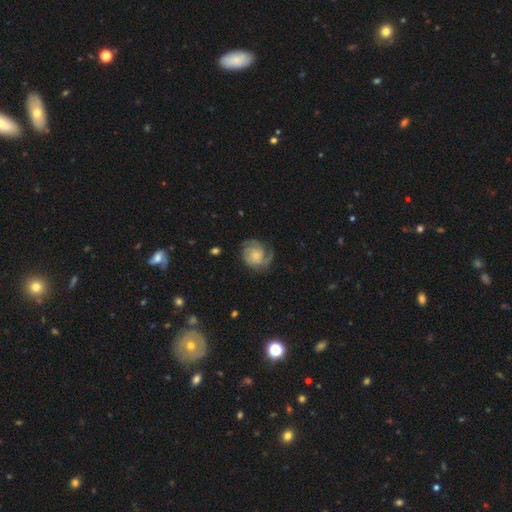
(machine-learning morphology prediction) A featured or disk galaxy (77%) with no bar (77%), 2 (34%) tight (54%) spiral arms (95%) and a small central bulge (63%).

Vote fractions:
- Smooth or featured? featured or disk: 77% / smooth: 16% / star or artifact: 6%
- Edge-on disk? no: 98% / yes: 2%
- Bar? no: 77% / weak: 20% / strong: 3%
- Spiral arms? yes: 95% / no: 5%
- Spiral winding? tight: 54% / medium: 35% / loose: 11%
- Spiral arm count? 2: 34% / 3: 28% / can't tell: 20% / 1: 7% / 4: 7% / more than 4: 5%
- Bulge size? small: 63% / moderate: 24% / none: 9% / large: 3% / dominant: 1%
- Merging? none: 65% / minor disturbance: 20% / major disturbance: 13% / merger: 1%